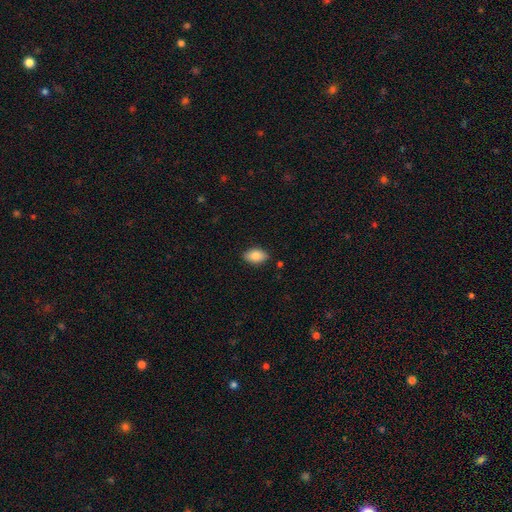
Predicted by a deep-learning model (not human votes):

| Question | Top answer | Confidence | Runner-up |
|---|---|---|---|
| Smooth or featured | smooth | 86% | star or artifact (7%) |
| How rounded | in between | 91% | round (8%) |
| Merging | none | 87% | minor disturbance (10%) |